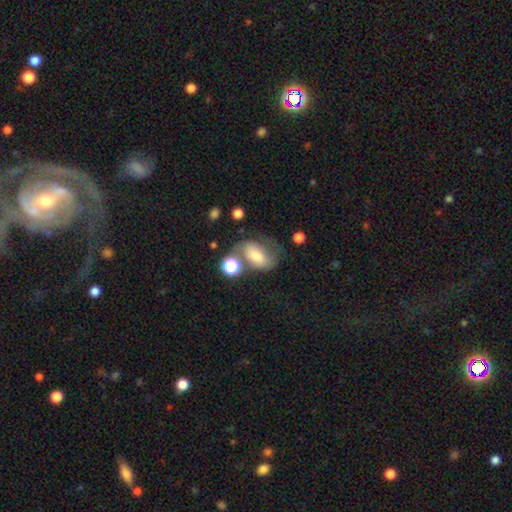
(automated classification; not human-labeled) smooth_or_featured: smooth (p=0.61) [alt: featured or disk p=0.29]
how_rounded: in between (p=0.82) [alt: round p=0.15]
merging: none (p=0.39) [alt: minor disturbance p=0.24]